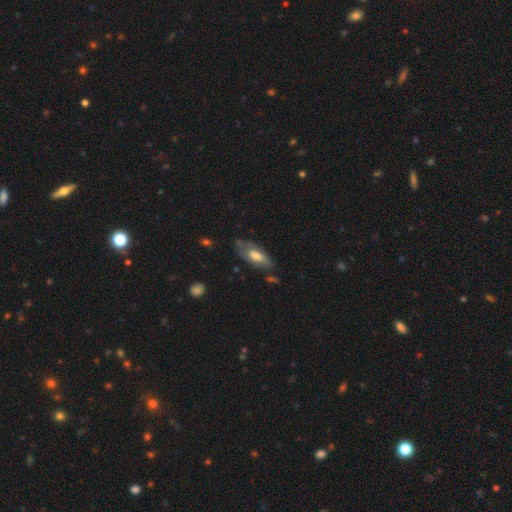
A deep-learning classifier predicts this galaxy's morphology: Smooth or featured: smooth — 51% (featured or disk — 43%)
How rounded: in between — 78% (cigar-shaped — 20%)
Merging: none — 61% (minor disturbance — 25%)